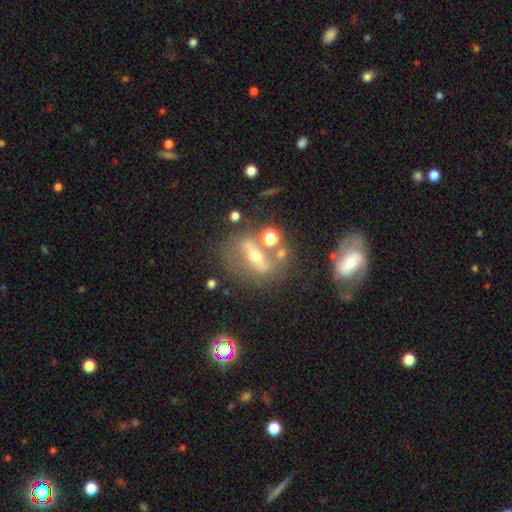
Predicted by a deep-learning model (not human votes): Q: Smooth or featured?
A: featured or disk (63%); runner-up: smooth (25%)
Q: Edge-on disk?
A: no (58%); runner-up: yes (42%)
Q: Merging?
A: none (57%); runner-up: merger (16%)